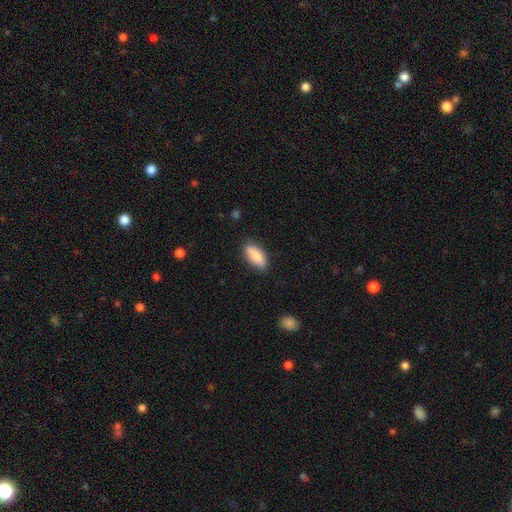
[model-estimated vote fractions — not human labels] This appears to be a smooth galaxy with no disk features (85%) that is in between round and cigar-shaped (75%). Merging: none (85%).